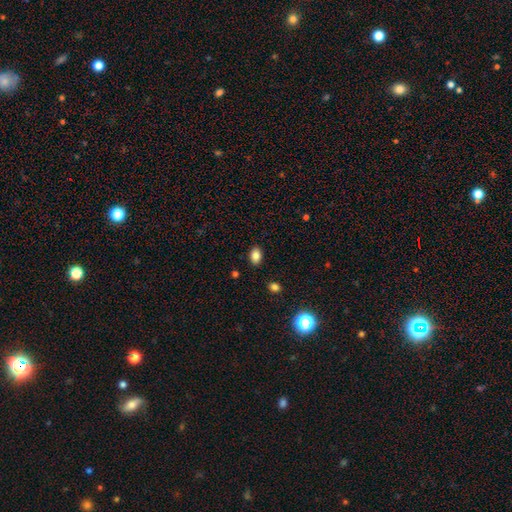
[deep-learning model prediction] Smooth or featured? Predicted: smooth (p=0.84). How rounded? Predicted: in between (p=0.82). Merging? Predicted: none (p=0.88).